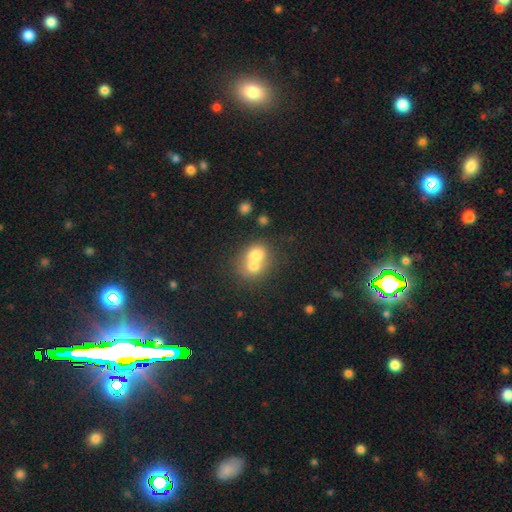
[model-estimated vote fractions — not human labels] A smooth galaxy with no disk features (67%) that is round (60%).

Vote fractions:
- Smooth or featured? smooth: 67% / featured or disk: 23% / star or artifact: 10%
- How rounded? round: 60% / in between: 39% / cigar-shaped: 1%
- Merging? merger: 74% / none: 18% / minor disturbance: 5% / major disturbance: 3%